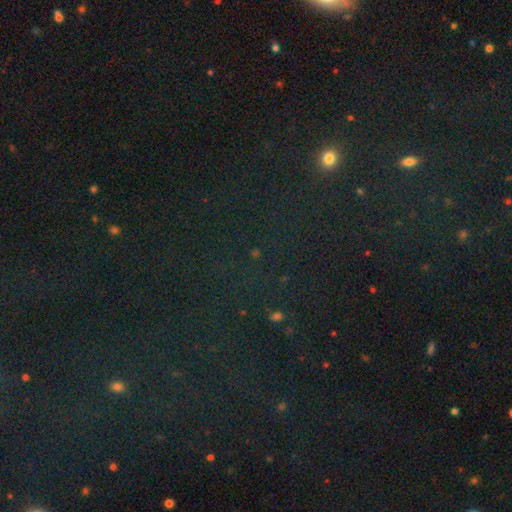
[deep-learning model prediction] This is likely a star or artifact rather than a galaxy (75%).